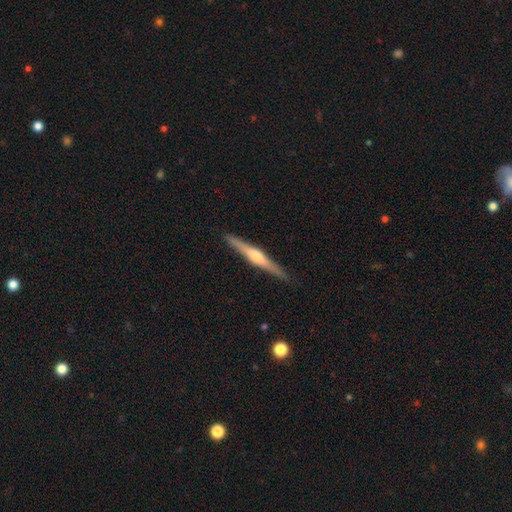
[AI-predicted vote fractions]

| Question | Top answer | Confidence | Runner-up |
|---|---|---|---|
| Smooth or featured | featured or disk | 71% | smooth (24%) |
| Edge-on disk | yes | 98% | no (2%) |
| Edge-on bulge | rounded | 82% | boxy (10%) |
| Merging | none | 91% | minor disturbance (7%) |